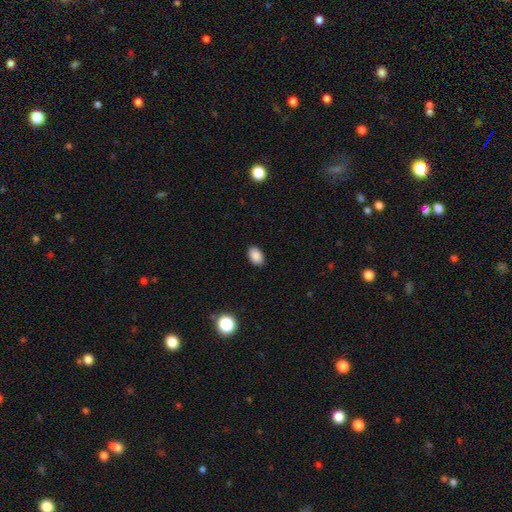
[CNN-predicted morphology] smooth-or-featured: smooth: 88% | star or artifact: 9% | featured or disk: 3%
  how-rounded: in between: 89% | round: 10% | cigar-shaped: 1%
  merging: none: 89% | minor disturbance: 8% | major disturbance: 2% | merger: 1%